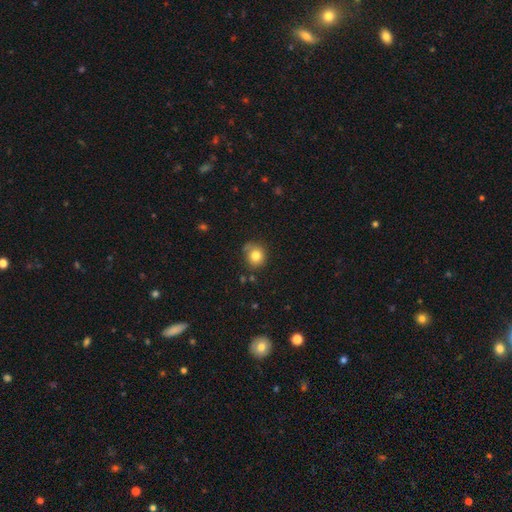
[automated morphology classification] Smooth or featured?
  - smooth: 81% *
  - star or artifact: 11%
  - featured or disk: 9%
How rounded?
  - round: 84% *
  - in between: 15%
  - cigar-shaped: 1%
Merging?
  - none: 71% *
  - minor disturbance: 19%
  - major disturbance: 5%
  - merger: 5%